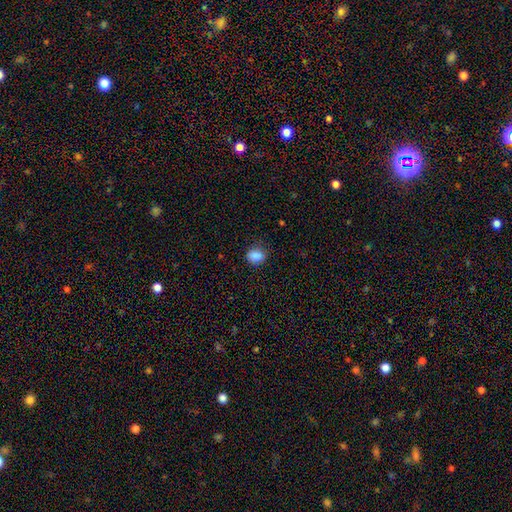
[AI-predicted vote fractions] A smooth galaxy with no disk features (86%) that is round (51%). Merging: none (77%).